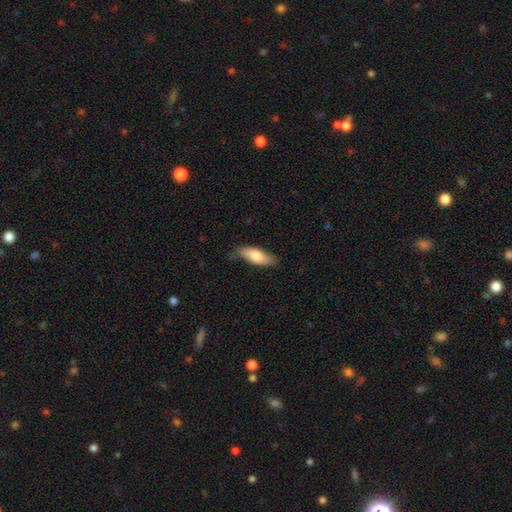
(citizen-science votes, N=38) smooth 89%, featured or disk 11%, star or artifact 0%. Down the decision tree: how rounded — in between (74%); merging — none (84%).